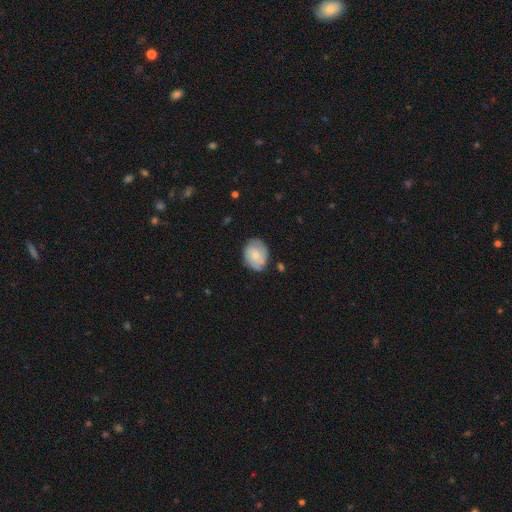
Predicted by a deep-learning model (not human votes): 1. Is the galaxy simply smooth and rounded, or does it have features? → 57% smooth, 37% featured or disk, 7% star or artifact.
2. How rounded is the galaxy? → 60% in between, 39% round, 1% cigar-shaped.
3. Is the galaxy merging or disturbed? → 72% none, 20% minor disturbance, 4% major disturbance, 3% merger.